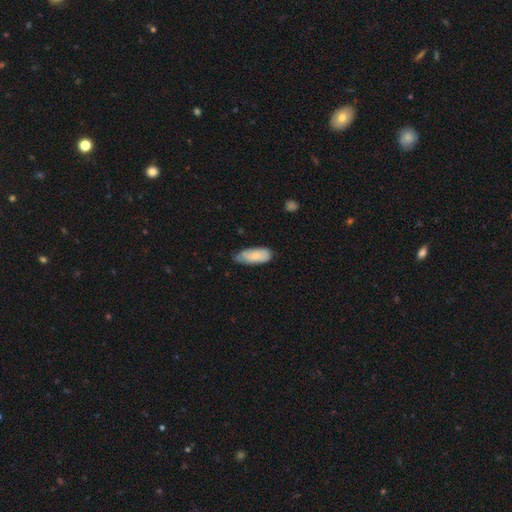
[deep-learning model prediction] Smooth or featured? Predicted: smooth (p=0.74). How rounded? Predicted: in between (p=0.84). Merging? Predicted: none (p=0.54).